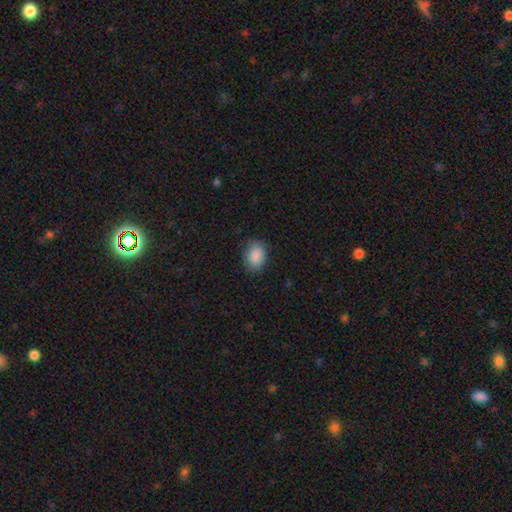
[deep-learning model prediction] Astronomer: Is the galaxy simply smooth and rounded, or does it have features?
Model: smooth — 89%.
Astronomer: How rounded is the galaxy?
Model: in between — 78%.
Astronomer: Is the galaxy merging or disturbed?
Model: none — 82%.